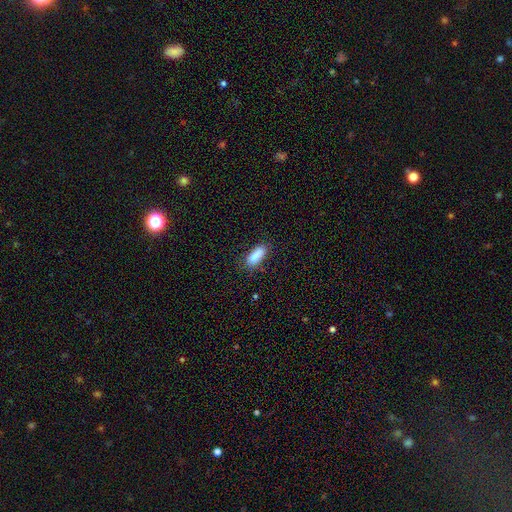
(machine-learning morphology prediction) smooth_or_featured: smooth (p=0.85) [alt: star or artifact p=0.08]
how_rounded: in between (p=0.69) [alt: cigar-shaped p=0.28]
merging: none (p=0.73) [alt: minor disturbance p=0.20]